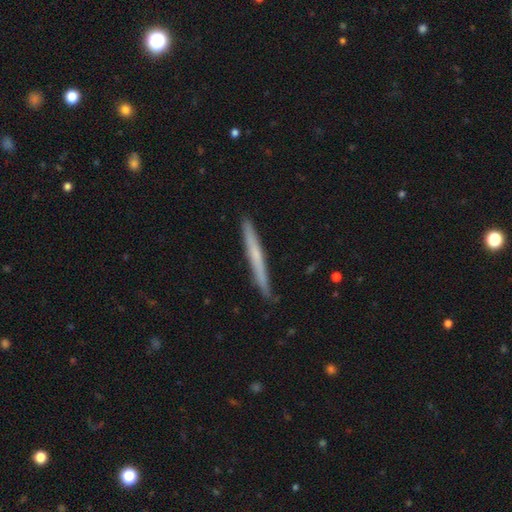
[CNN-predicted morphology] Smooth or featured: smooth — 48% (featured or disk — 46%)
Merging: none — 87% (minor disturbance — 10%)